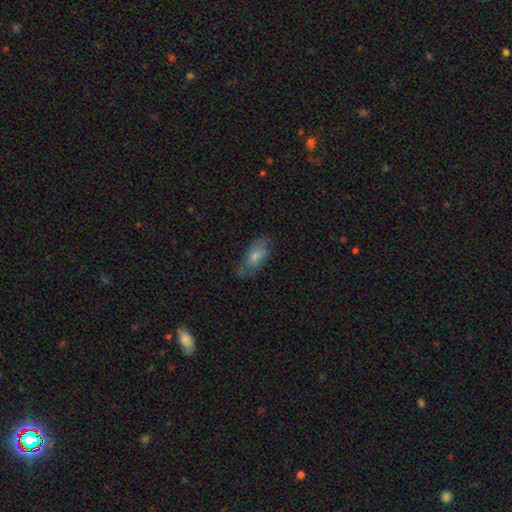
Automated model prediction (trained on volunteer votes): The model was most divided on "merging": none: 62%, minor disturbance: 26%, major disturbance: 9%, merger: 4%. More confident: how rounded — in between (85%); smooth or featured — smooth (69%).